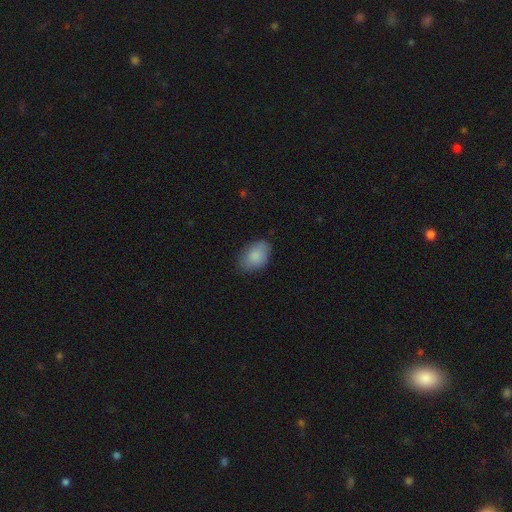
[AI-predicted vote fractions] smooth-or-featured: smooth: 86% | featured or disk: 8% | star or artifact: 7%
  how-rounded: in between: 87% | round: 12% | cigar-shaped: 1%
  merging: none: 75% | minor disturbance: 19% | major disturbance: 4% | merger: 1%